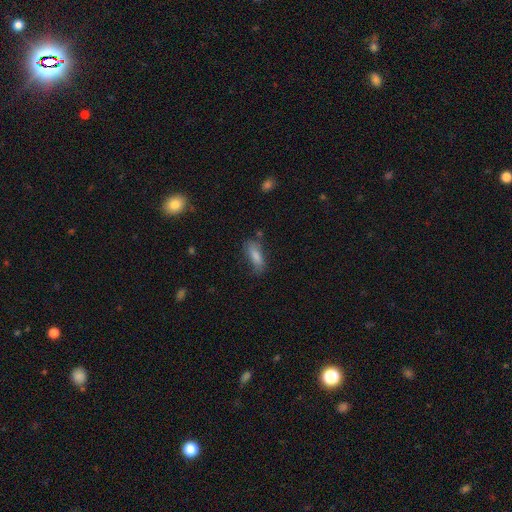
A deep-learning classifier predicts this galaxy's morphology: Smooth or featured: smooth — 80% (featured or disk — 12%)
How rounded: in between — 67% (cigar-shaped — 31%)
Merging: none — 64% (minor disturbance — 25%)